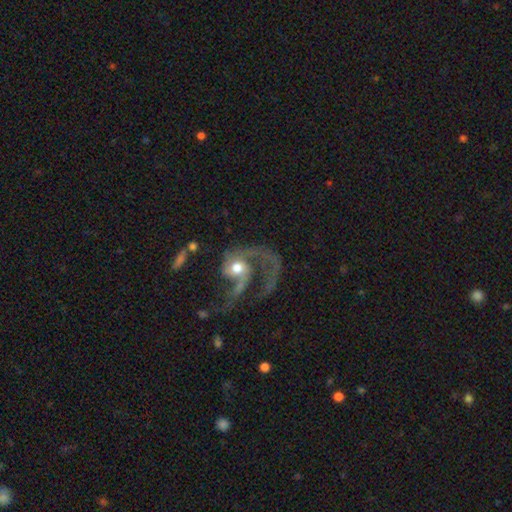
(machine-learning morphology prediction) This appears to be a featured or disk galaxy (83%) with no bar (62%), 2 (47%) loose (47%) spiral arms (89%) and a moderate central bulge (60%). Merging: major disturbance (40%).